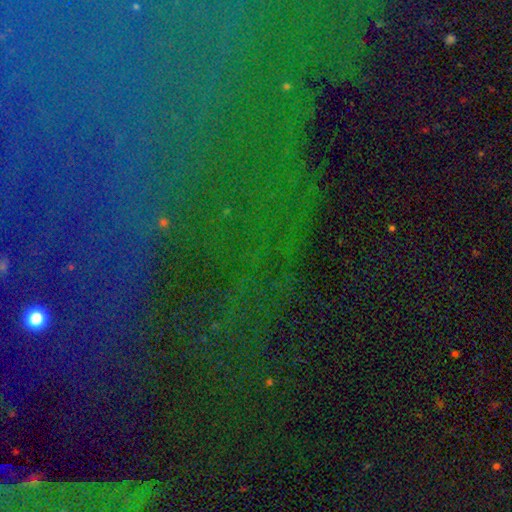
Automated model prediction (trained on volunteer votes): star or artifact 82%, featured or disk 10%, smooth 8%.